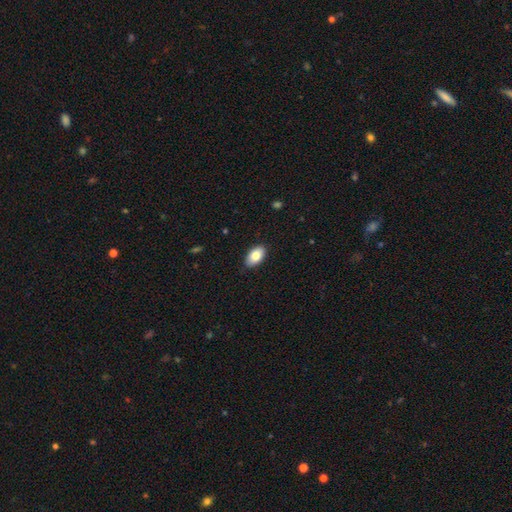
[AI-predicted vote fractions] A smooth galaxy with no disk features (83%) that is in between round and cigar-shaped (94%). Merging: none (86%).